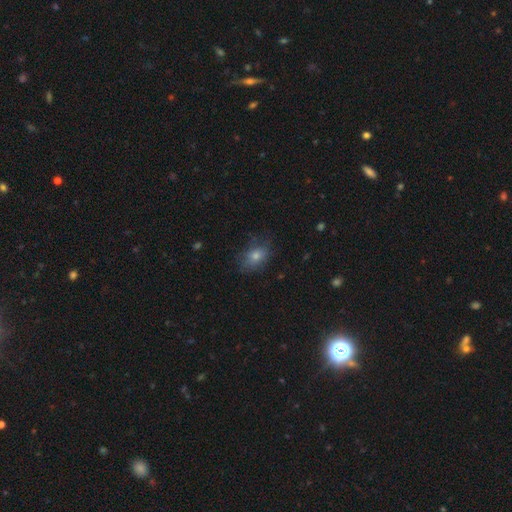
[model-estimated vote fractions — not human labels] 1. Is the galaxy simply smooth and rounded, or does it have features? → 69% smooth, 16% featured or disk, 15% star or artifact.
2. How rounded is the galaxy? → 72% in between, 26% round, 2% cigar-shaped.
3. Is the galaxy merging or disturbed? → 71% none, 21% minor disturbance, 7% major disturbance, 1% merger.